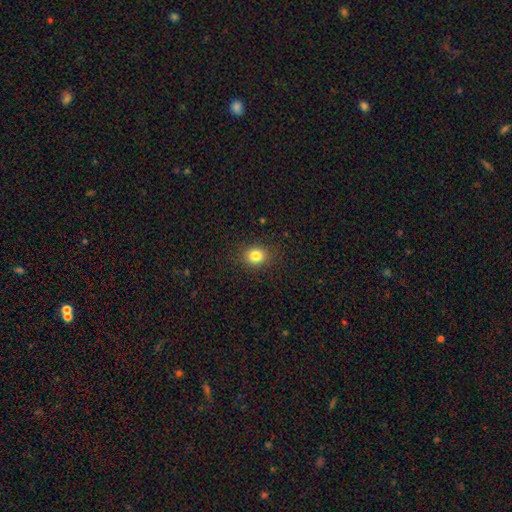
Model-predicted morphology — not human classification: This is clearly a smooth galaxy (82%). How rounded: likely round (71%). Merging: clearly none (88%).